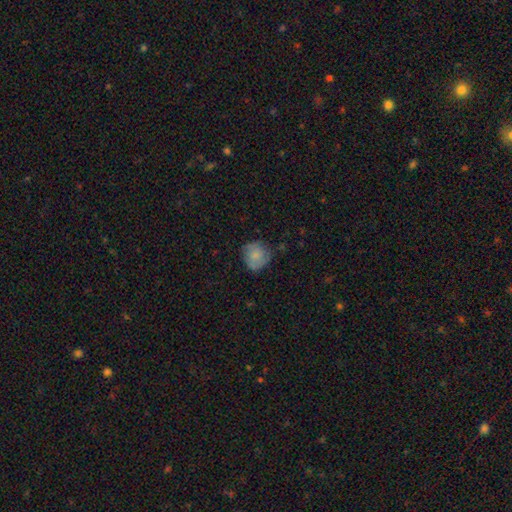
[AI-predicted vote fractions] Morphology: type=smooth (72%); roundness=round (86%); merging=none (67%).